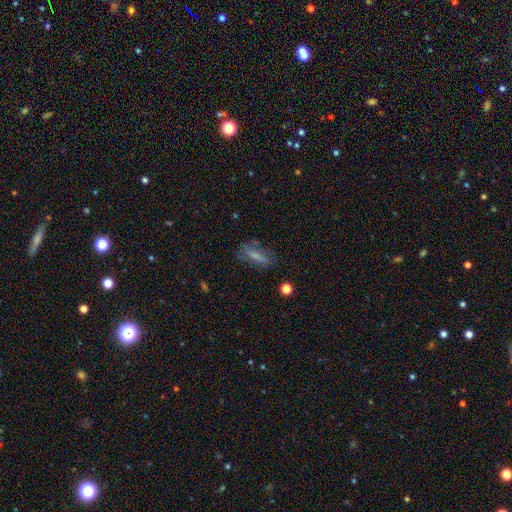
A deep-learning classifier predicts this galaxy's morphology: Smooth or featured? Predicted: smooth (p=0.57). How rounded? Predicted: in between (p=0.51). Merging? Predicted: none (p=0.62).